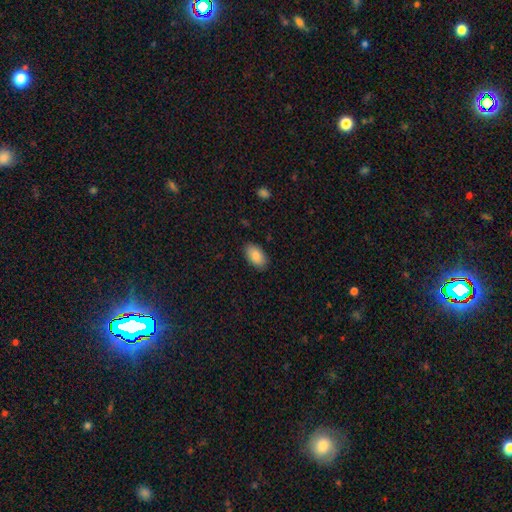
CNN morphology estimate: Smooth or featured: smooth — 87% (star or artifact — 7%)
How rounded: in between — 94% (round — 4%)
Merging: none — 87% (minor disturbance — 10%)